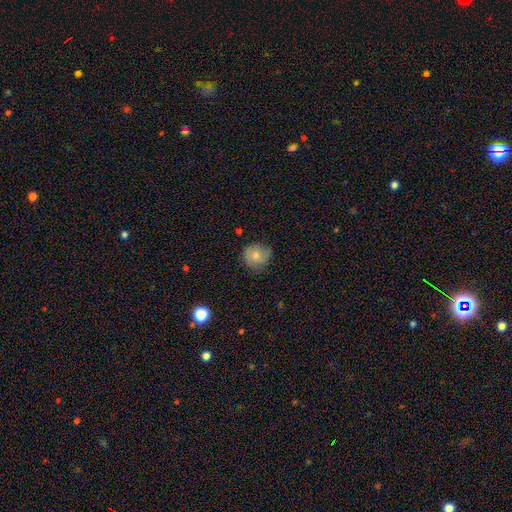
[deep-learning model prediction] smooth_or_featured: smooth (p=0.75) [alt: featured or disk p=0.17]
how_rounded: round (p=0.88) [alt: in between p=0.11]
merging: none (p=0.76) [alt: minor disturbance p=0.19]